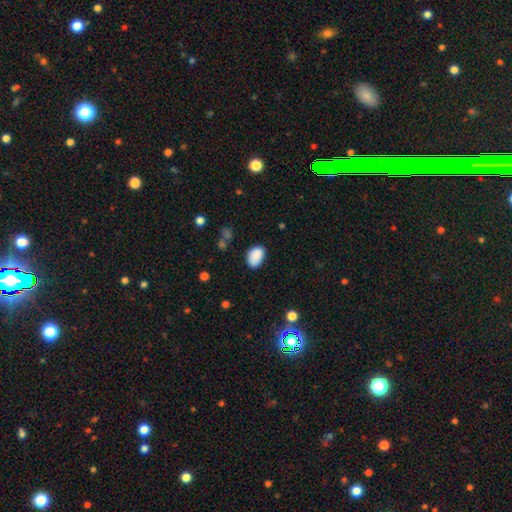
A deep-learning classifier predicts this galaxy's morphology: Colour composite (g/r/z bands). It shows a smooth galaxy with no disk features (89%) that is in between round and cigar-shaped (88%). Merging: none (77%).